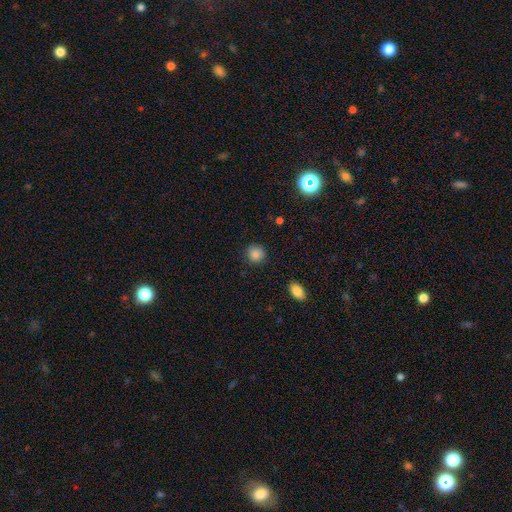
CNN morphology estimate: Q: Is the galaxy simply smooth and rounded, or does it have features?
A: smooth — 87%.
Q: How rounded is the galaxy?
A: round — 88%.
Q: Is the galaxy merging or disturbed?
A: none — 88%.